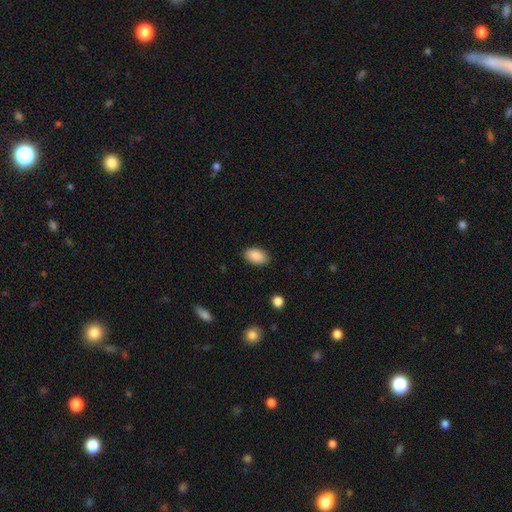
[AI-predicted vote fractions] The model was most divided on "merging": none: 87%, minor disturbance: 10%, major disturbance: 2%, merger: 1%. More confident: how rounded — in between (92%); smooth or featured — smooth (89%).